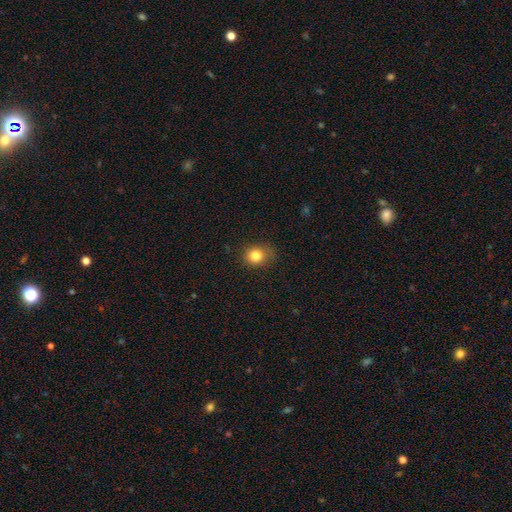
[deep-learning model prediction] Smooth or featured? Predicted: smooth (p=0.81). How rounded? Predicted: round (p=0.74). Merging? Predicted: none (p=0.79).